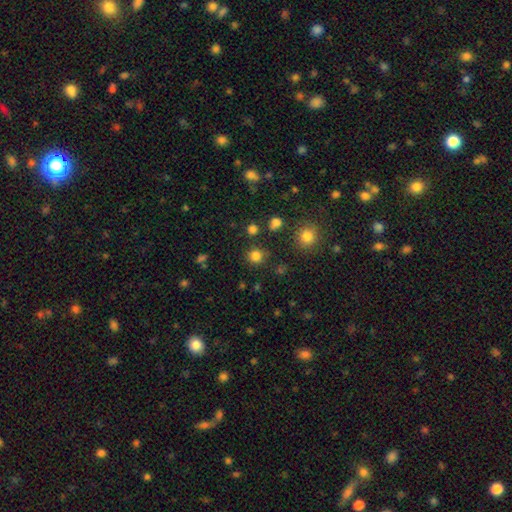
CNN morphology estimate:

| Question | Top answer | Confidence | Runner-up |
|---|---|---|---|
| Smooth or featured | smooth | 80% | star or artifact (16%) |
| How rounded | round | 92% | in between (7%) |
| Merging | none | 86% | minor disturbance (8%) |